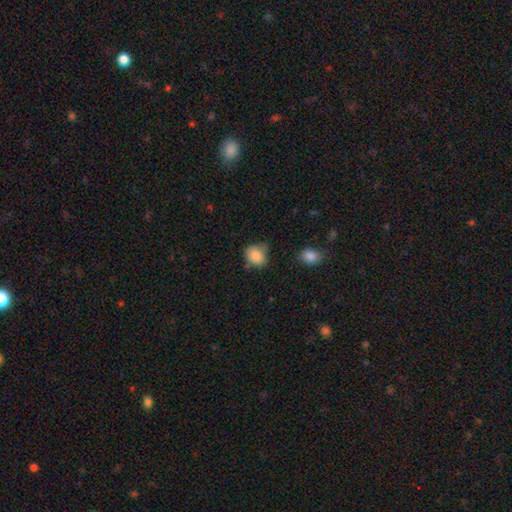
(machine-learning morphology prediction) Overall: smooth (86%). How rounded: round (62%; in between 37%). Merging: none (57%; minor disturbance 31%).